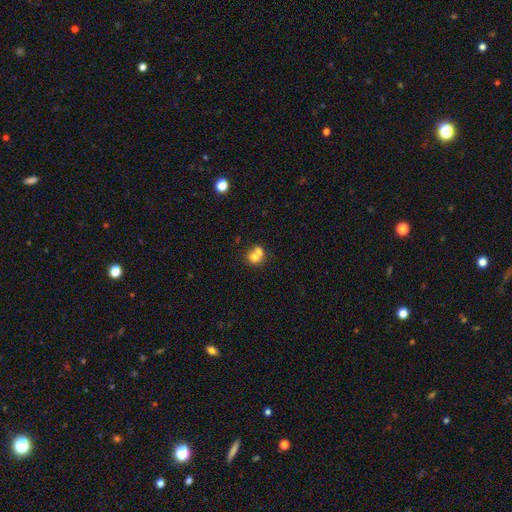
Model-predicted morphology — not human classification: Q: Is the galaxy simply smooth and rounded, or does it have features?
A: smooth — 69%.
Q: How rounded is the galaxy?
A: round — 77%.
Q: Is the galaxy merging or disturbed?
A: merger — 63%.